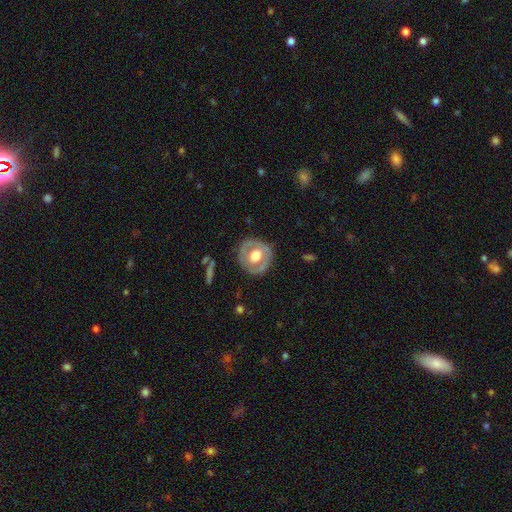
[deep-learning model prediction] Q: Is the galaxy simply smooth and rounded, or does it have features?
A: featured or disk — 54%.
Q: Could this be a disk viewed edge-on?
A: no — 94%.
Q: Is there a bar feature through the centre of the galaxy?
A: no — 80%.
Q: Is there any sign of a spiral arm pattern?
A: no — 83%.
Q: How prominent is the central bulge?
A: moderate — 48%.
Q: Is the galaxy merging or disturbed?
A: none — 82%.